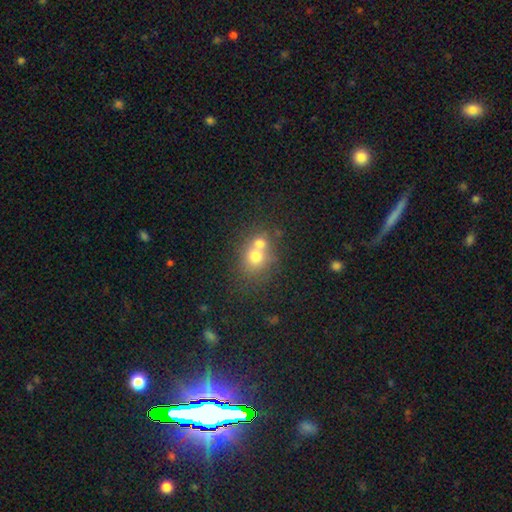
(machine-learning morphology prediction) A smooth galaxy with no disk features (69%) that is round (72%).

Vote fractions:
- Smooth or featured? smooth: 69% / featured or disk: 18% / star or artifact: 12%
- How rounded? round: 72% / in between: 27% / cigar-shaped: 1%
- Merging? merger: 59% / none: 31% / minor disturbance: 6% / major disturbance: 3%